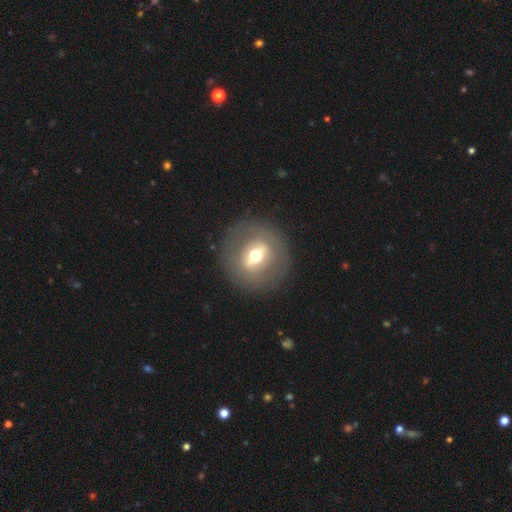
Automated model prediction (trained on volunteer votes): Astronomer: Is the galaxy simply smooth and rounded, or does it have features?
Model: featured or disk — 59%.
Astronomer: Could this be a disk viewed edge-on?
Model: no — 81%.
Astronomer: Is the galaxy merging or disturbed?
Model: none — 85%.